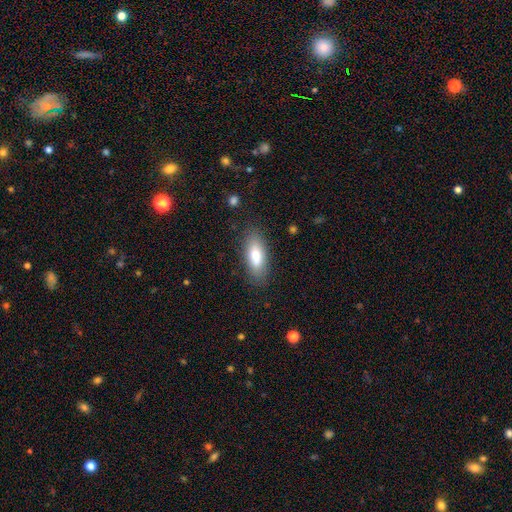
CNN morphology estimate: type=smooth (78%); roundness=in between (77%); merging=none (82%).